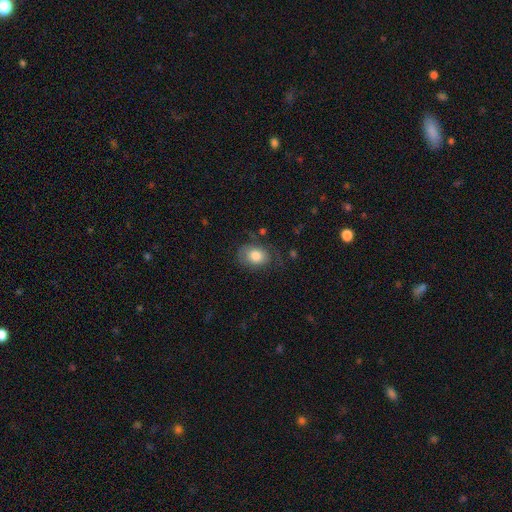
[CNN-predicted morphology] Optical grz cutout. It shows a smooth galaxy with no disk features (77%) that is in between round and cigar-shaped (66%). Merging: none (60%).